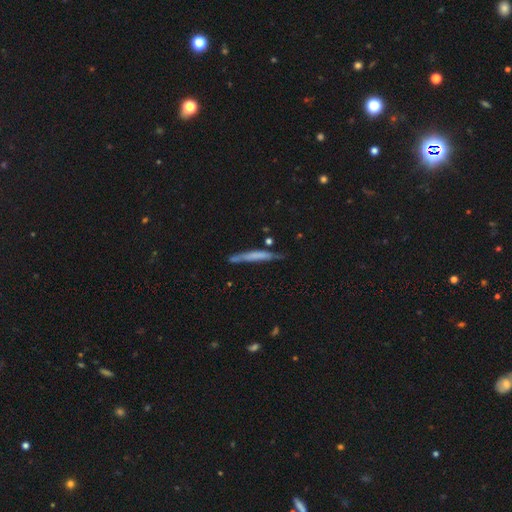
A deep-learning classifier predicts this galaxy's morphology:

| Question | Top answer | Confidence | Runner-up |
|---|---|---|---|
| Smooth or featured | smooth | 52% | featured or disk (41%) |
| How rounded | cigar-shaped | 95% | in between (4%) |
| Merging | none | 67% | minor disturbance (23%) |